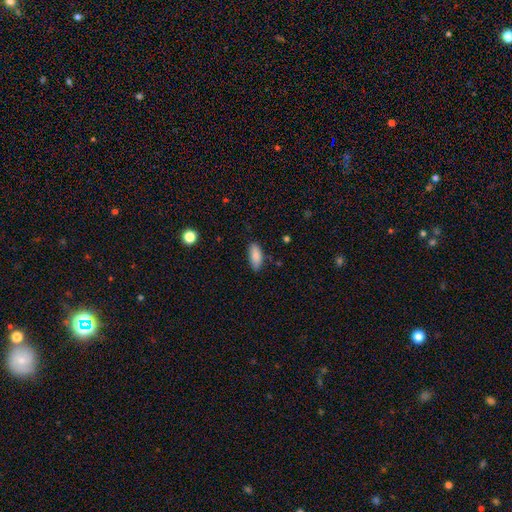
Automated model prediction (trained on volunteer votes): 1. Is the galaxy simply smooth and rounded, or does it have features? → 87% smooth, 7% star or artifact, 6% featured or disk.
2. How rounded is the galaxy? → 83% in between, 15% cigar-shaped, 2% round.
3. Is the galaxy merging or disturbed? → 80% none, 15% minor disturbance, 3% major disturbance, 2% merger.